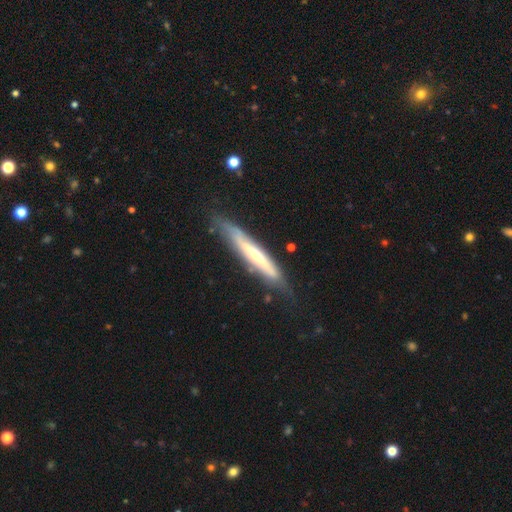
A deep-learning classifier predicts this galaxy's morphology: Q: Smooth or featured?
A: featured or disk (61%); runner-up: smooth (33%)
Q: Edge-on disk?
A: yes (79%); runner-up: no (21%)
Q: Merging?
A: none (70%); runner-up: minor disturbance (22%)